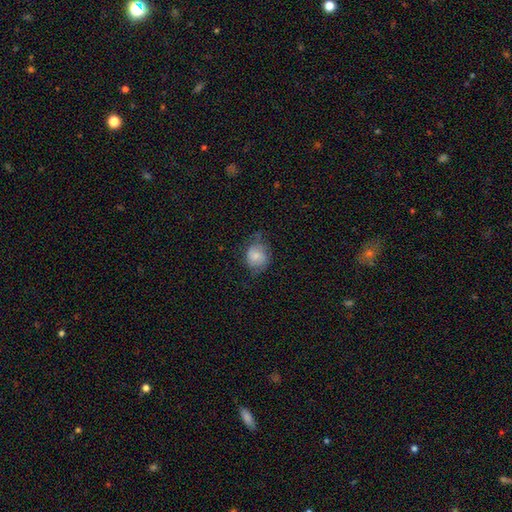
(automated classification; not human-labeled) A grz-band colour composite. It shows a smooth galaxy with no disk features (66%) that is round (66%). Merging: none (54%).